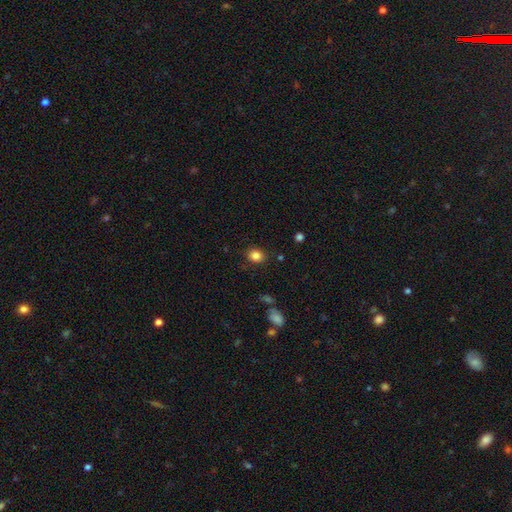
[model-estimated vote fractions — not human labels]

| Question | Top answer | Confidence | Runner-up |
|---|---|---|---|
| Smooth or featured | smooth | 84% | star or artifact (11%) |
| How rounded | round | 60% | in between (39%) |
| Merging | none | 84% | minor disturbance (11%) |